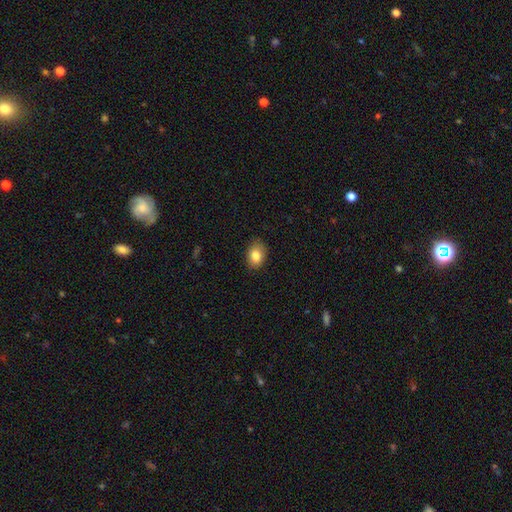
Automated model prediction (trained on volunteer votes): Q: Smooth or featured?
A: smooth (83%); runner-up: featured or disk (9%)
Q: How rounded?
A: in between (77%); runner-up: round (22%)
Q: Merging?
A: none (82%); runner-up: minor disturbance (14%)